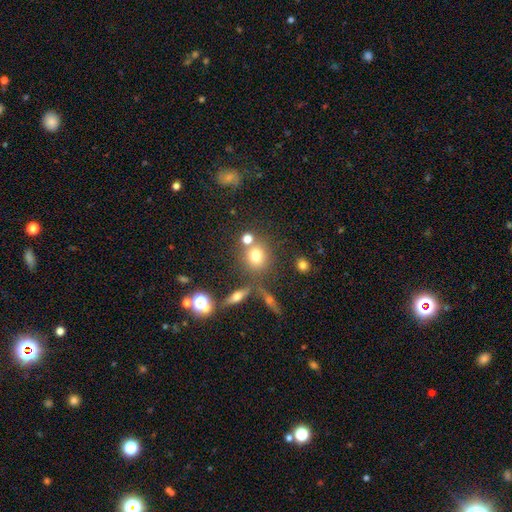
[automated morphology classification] This appears to be a smooth galaxy with no disk features (71%) that is round (80%). Merging: none (63%).